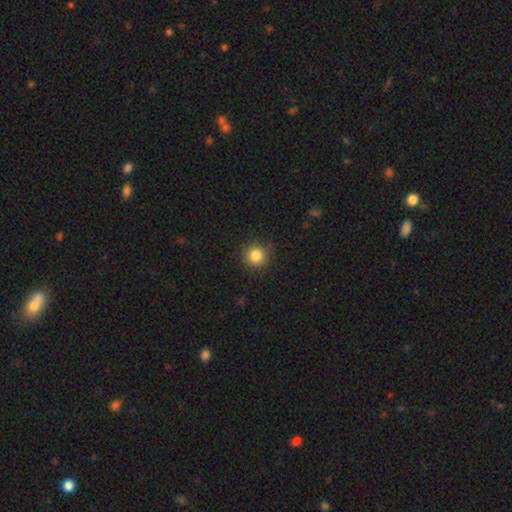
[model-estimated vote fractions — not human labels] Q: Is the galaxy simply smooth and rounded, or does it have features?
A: smooth — 84%.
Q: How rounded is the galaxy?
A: round — 94%.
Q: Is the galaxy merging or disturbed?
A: none — 90%.